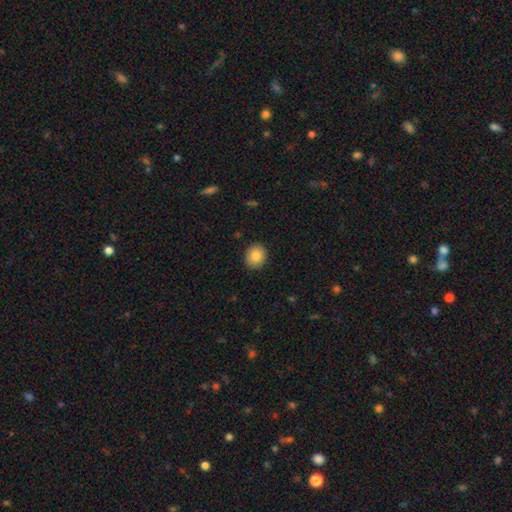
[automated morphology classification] This is clearly a smooth galaxy (85%). How rounded: likely round (68%). Merging: clearly none (90%).